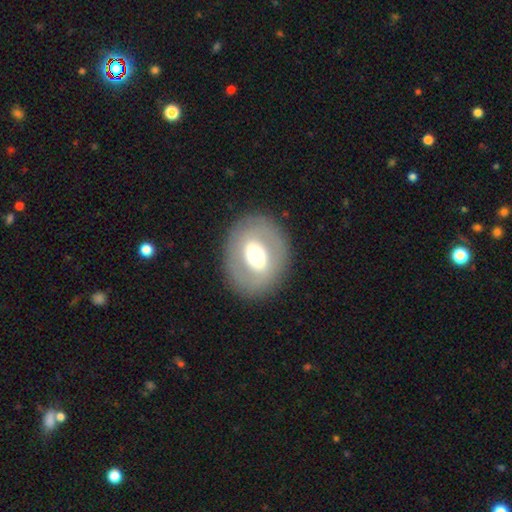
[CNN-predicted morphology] The model was most divided on "smooth or featured": featured or disk: 48%, smooth: 44%, star or artifact: 8%. More confident: merging — none (84%).